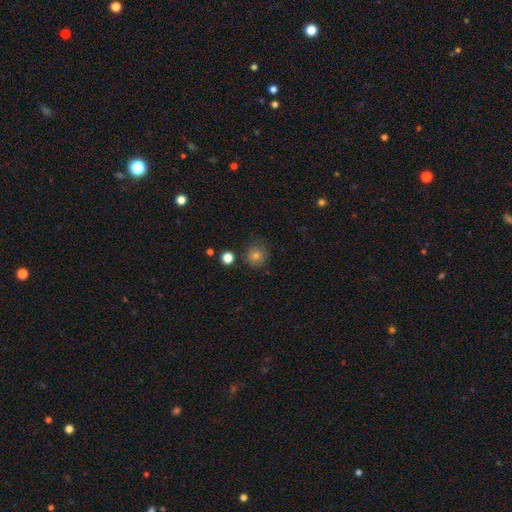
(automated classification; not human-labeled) Q: Smooth or featured?
A: smooth (74%); runner-up: star or artifact (15%)
Q: How rounded?
A: round (92%); runner-up: in between (7%)
Q: Merging?
A: none (81%); runner-up: minor disturbance (12%)